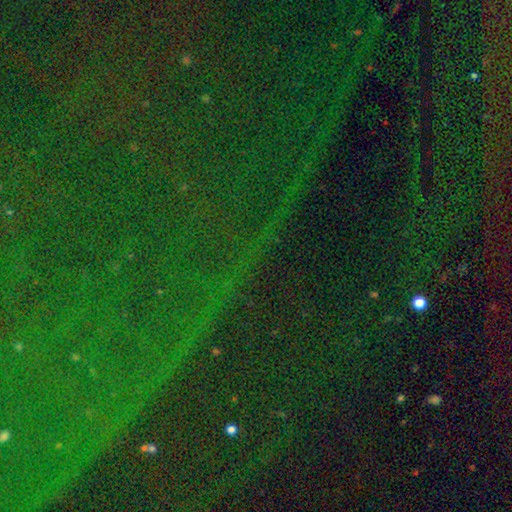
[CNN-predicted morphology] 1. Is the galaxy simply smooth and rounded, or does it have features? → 86% star or artifact, 7% smooth, 7% featured or disk.